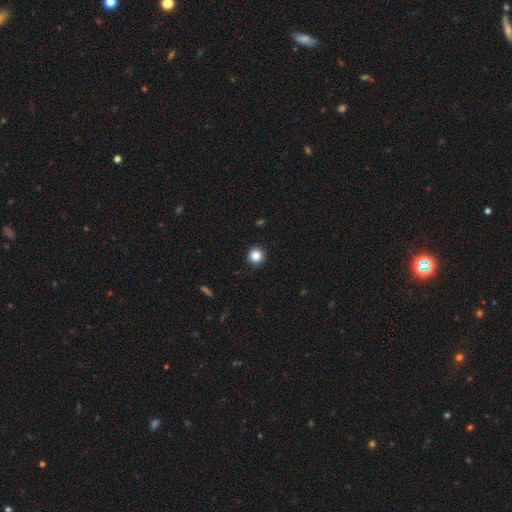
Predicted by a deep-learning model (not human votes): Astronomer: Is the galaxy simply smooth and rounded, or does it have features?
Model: smooth — 84%.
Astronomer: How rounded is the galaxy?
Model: round — 95%.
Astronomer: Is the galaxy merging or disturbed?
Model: none — 92%.